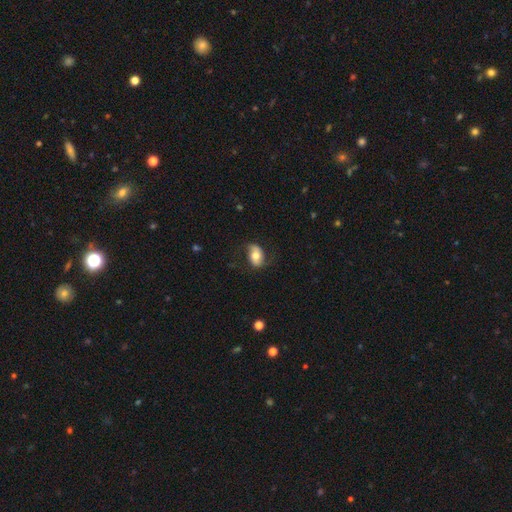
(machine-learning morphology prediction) type=smooth (54%); roundness=in between (86%); merging=none (71%).